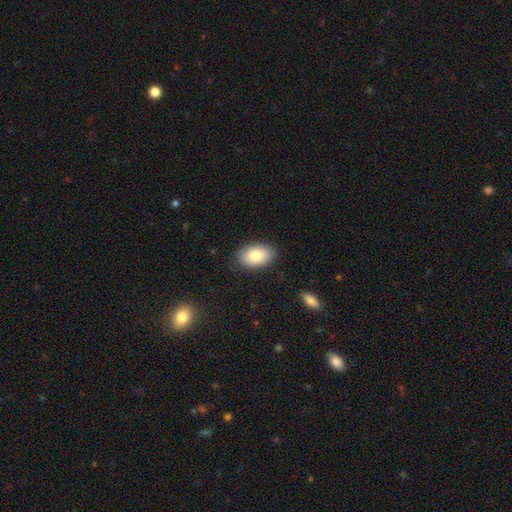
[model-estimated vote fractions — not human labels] smooth 86%, featured or disk 8%, star or artifact 6%. Down the decision tree: how rounded — in between (93%); merging — none (86%).